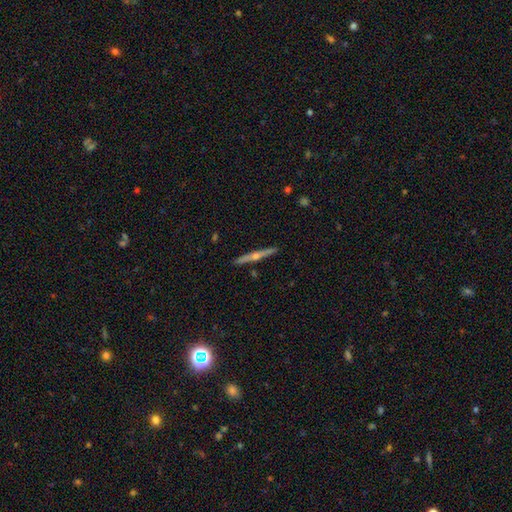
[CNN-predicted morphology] This appears to be a featured or disk galaxy (60%) viewed edge-on (93%) with a rounded central bulge (72%). Merging: none (86%).